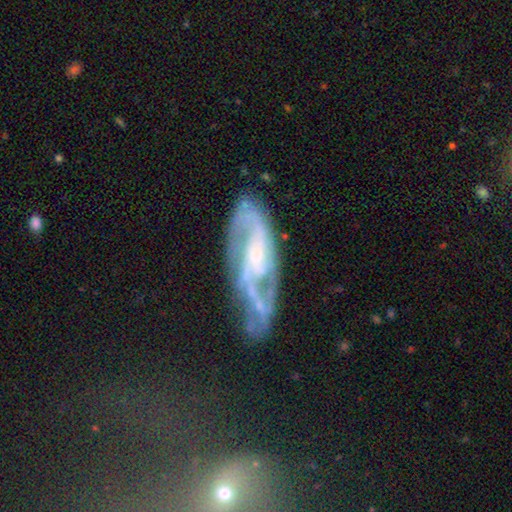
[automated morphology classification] The model was most divided on "bar": no: 48%, weak: 36%, strong: 16%. Remaining: spiral arms — yes (93%); edge-on disk — no (91%); smooth or featured — featured or disk (85%); bulge size — small (69%); spiral arm count — 2 (61%); merging — none (59%); spiral winding — medium (46%).